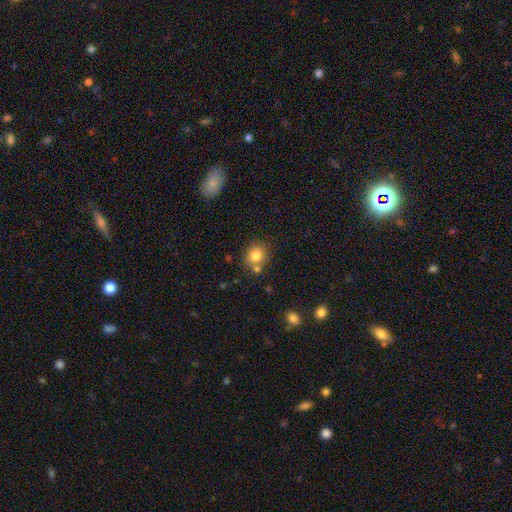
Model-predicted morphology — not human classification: smooth_or_featured: smooth (p=0.81) [alt: star or artifact p=0.11]
how_rounded: round (p=0.77) [alt: in between p=0.22]
merging: none (p=0.67) [alt: merger p=0.18]